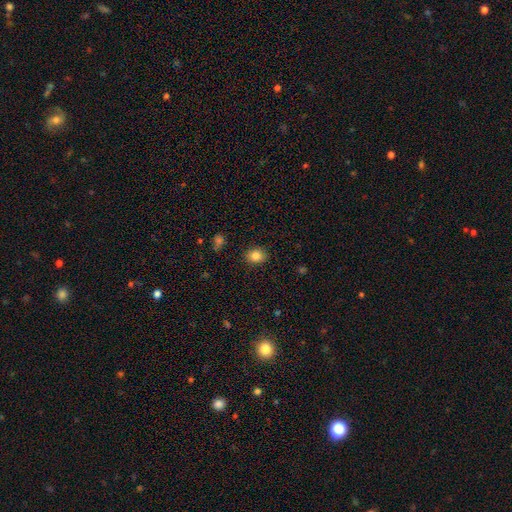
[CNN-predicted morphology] This is clearly a smooth galaxy (84%). How rounded: possibly round (54%). Merging: clearly none (88%).